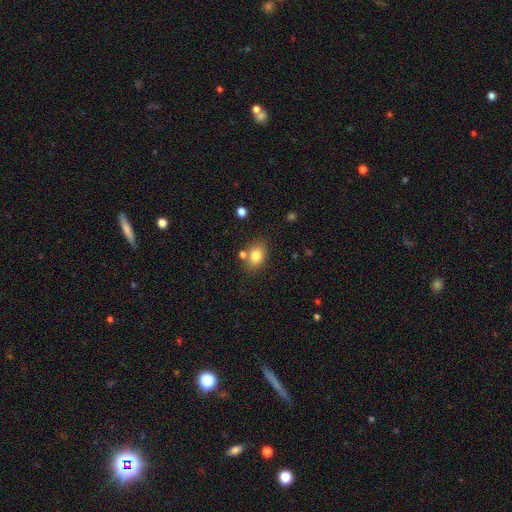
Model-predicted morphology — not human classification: A smooth galaxy with no disk features (80%) that is in between round and cigar-shaped (69%).

Vote fractions:
- Smooth or featured? smooth: 80% / featured or disk: 10% / star or artifact: 10%
- How rounded? in between: 69% / round: 30% / cigar-shaped: 1%
- Merging? none: 74% / minor disturbance: 12% / merger: 11% / major disturbance: 3%